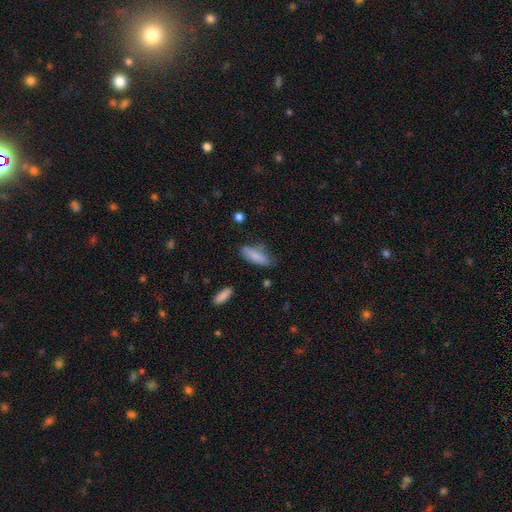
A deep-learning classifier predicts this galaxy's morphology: A smooth galaxy with no disk features (83%) that is in between round and cigar-shaped (61%). Merging: none (63%).